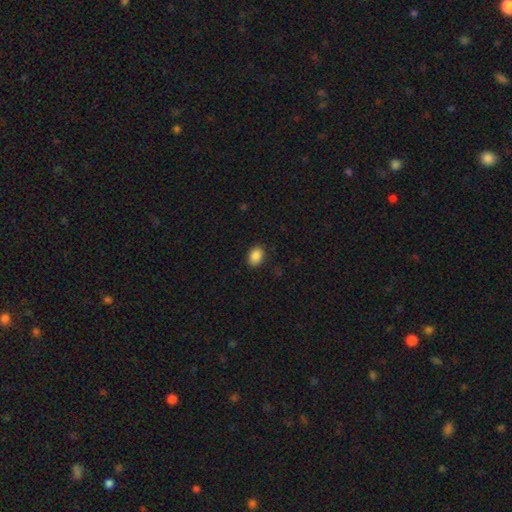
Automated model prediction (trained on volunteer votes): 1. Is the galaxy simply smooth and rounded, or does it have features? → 88% smooth, 8% star or artifact, 3% featured or disk.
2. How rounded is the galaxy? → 75% in between, 24% round, 1% cigar-shaped.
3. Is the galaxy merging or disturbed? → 88% none, 9% minor disturbance, 2% major disturbance, 1% merger.